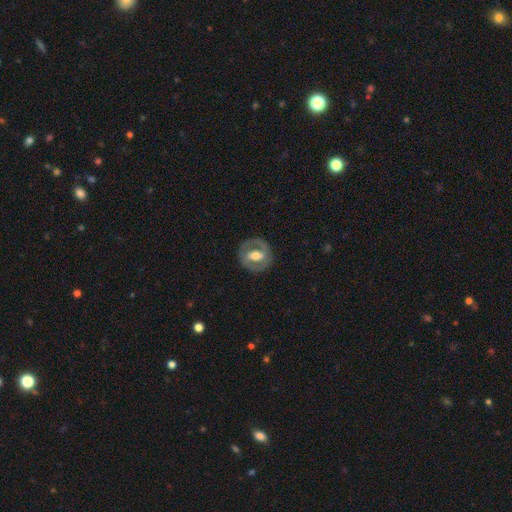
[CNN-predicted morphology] Q: Smooth or featured?
A: featured or disk (72%); runner-up: smooth (23%)
Q: Edge-on disk?
A: no (95%); runner-up: yes (5%)
Q: Bar?
A: strong (39%); runner-up: weak (38%)
Q: Spiral arms?
A: yes (59%); runner-up: no (41%)
Q: Bulge size?
A: moderate (66%); runner-up: large (18%)
Q: Merging?
A: none (83%); runner-up: minor disturbance (11%)